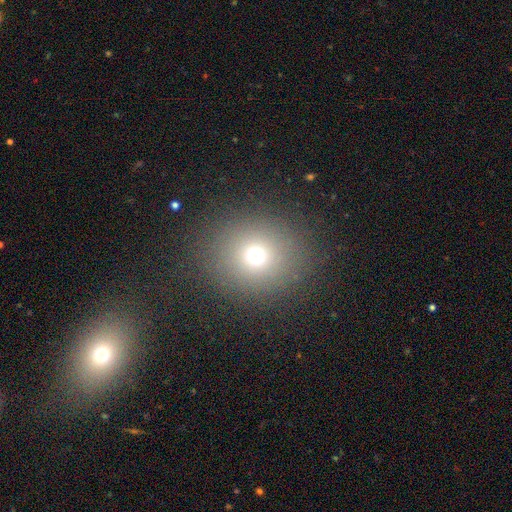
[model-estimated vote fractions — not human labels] smooth_or_featured: smooth (p=0.69) [alt: star or artifact p=0.20]
how_rounded: round (p=0.83) [alt: in between p=0.16]
merging: none (p=0.86) [alt: minor disturbance p=0.07]